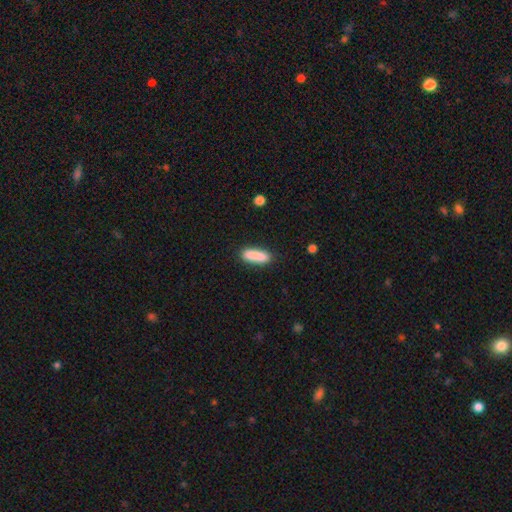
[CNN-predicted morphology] Overall: smooth (87%). How rounded: cigar-shaped (52%; in between 46%). Merging: none (83%).